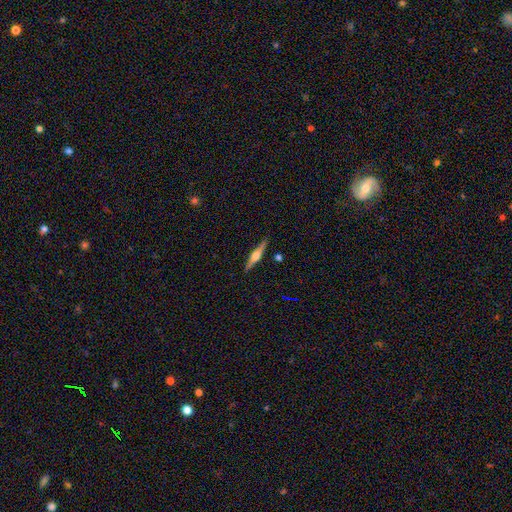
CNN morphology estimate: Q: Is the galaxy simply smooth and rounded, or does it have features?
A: featured or disk — 74%.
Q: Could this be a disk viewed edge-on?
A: yes — 98%.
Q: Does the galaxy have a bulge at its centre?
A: rounded — 89%.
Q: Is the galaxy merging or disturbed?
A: none — 88%.